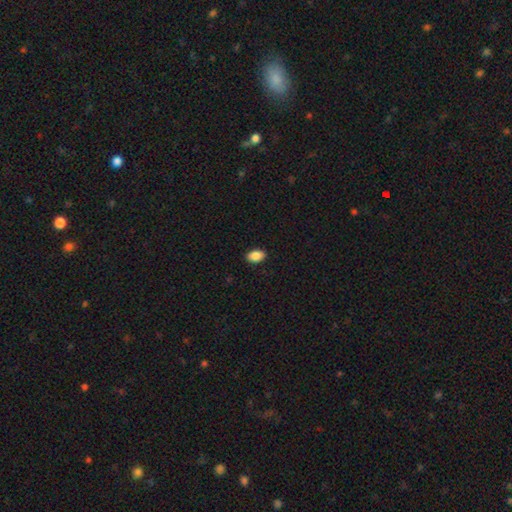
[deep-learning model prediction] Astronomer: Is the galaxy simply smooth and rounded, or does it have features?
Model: smooth — 89%.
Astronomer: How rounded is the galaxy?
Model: in between — 91%.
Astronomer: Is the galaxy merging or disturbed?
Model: none — 90%.